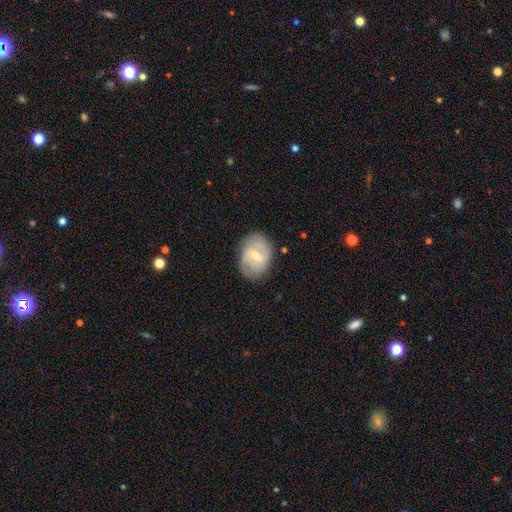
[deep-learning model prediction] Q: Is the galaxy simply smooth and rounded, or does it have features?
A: featured or disk — 67%.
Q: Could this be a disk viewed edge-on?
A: no — 97%.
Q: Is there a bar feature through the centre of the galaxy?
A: weak — 60%.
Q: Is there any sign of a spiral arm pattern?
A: yes — 84%.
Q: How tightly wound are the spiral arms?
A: medium — 43%.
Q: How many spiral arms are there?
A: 2 — 66%.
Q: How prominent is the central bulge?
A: small — 54%.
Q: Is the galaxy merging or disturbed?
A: none — 78%.